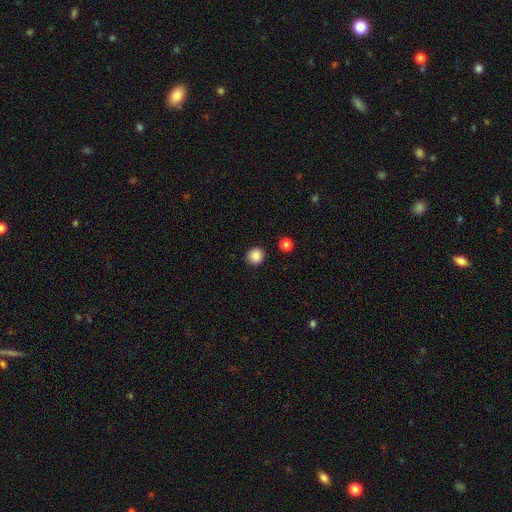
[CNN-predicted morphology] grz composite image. It shows a smooth galaxy with no disk features (87%) that is round (82%). Merging: none (90%).